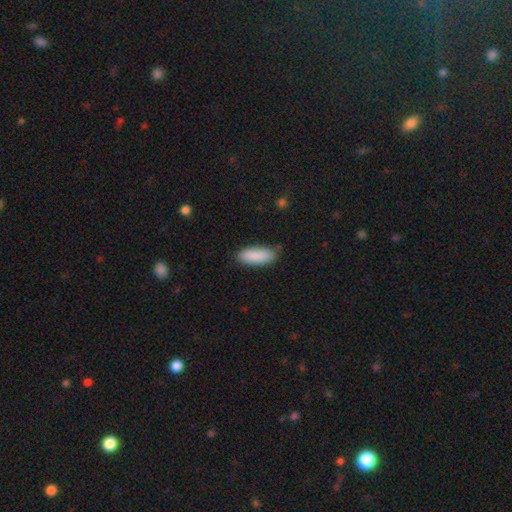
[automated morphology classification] Q: Smooth or featured?
A: smooth (89%); runner-up: star or artifact (6%)
Q: How rounded?
A: in between (68%); runner-up: cigar-shaped (31%)
Q: Merging?
A: none (80%); runner-up: minor disturbance (16%)